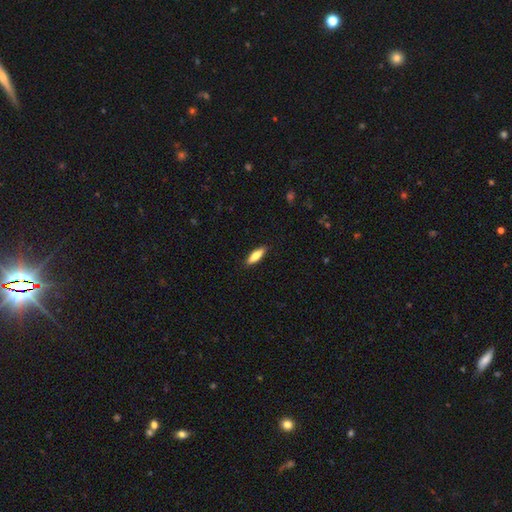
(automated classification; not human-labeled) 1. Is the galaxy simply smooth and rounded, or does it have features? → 77% smooth, 17% featured or disk, 6% star or artifact.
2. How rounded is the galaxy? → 54% cigar-shaped, 44% in between, 2% round.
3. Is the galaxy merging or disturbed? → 89% none, 8% minor disturbance, 2% major disturbance, 1% merger.